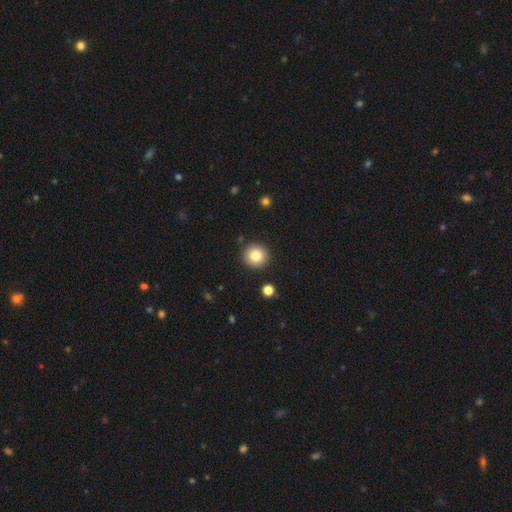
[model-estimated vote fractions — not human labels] Q: Smooth or featured?
A: smooth (83%); runner-up: star or artifact (10%)
Q: How rounded?
A: round (95%); runner-up: in between (4%)
Q: Merging?
A: none (91%); runner-up: minor disturbance (6%)